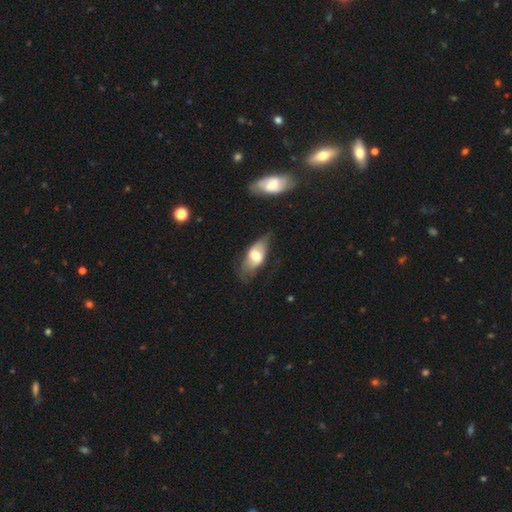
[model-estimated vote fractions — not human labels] Q: Smooth or featured?
A: smooth (57%); runner-up: featured or disk (37%)
Q: How rounded?
A: in between (89%); runner-up: cigar-shaped (6%)
Q: Merging?
A: none (51%); runner-up: minor disturbance (32%)